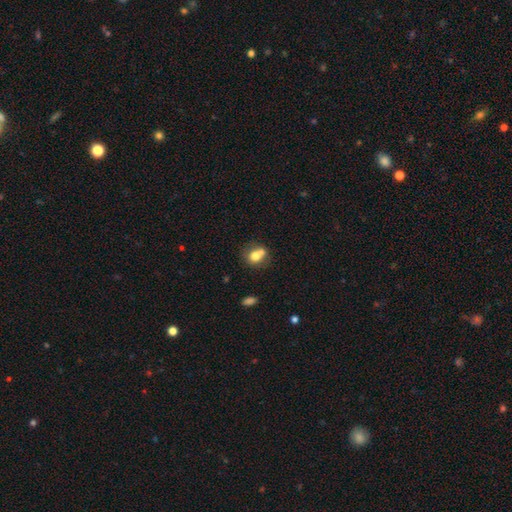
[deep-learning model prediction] Q: Smooth or featured?
A: smooth (73%); runner-up: featured or disk (18%)
Q: How rounded?
A: round (59%); runner-up: in between (39%)
Q: Merging?
A: none (42%); runner-up: merger (40%)